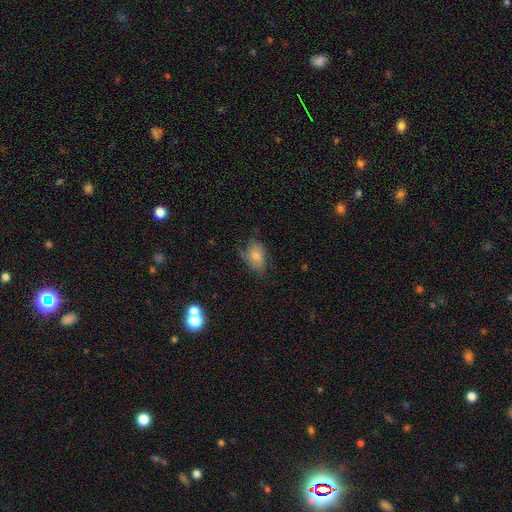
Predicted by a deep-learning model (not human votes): The model was most divided on "merging": none: 53%, minor disturbance: 30%, major disturbance: 14%, merger: 2%. More confident: how rounded — in between (85%); smooth or featured — smooth (69%).